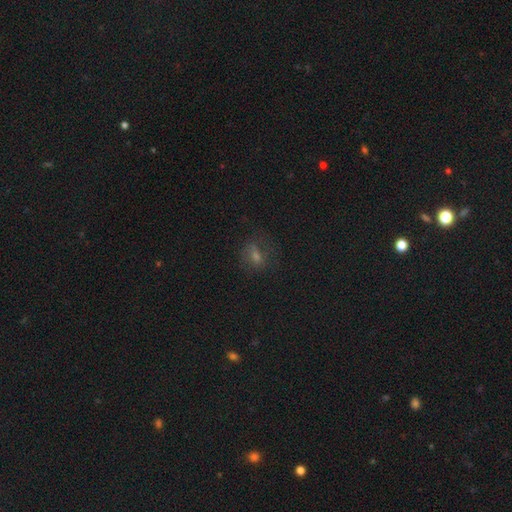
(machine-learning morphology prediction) Smooth or featured? smooth (46%)
Merging? none (70%)